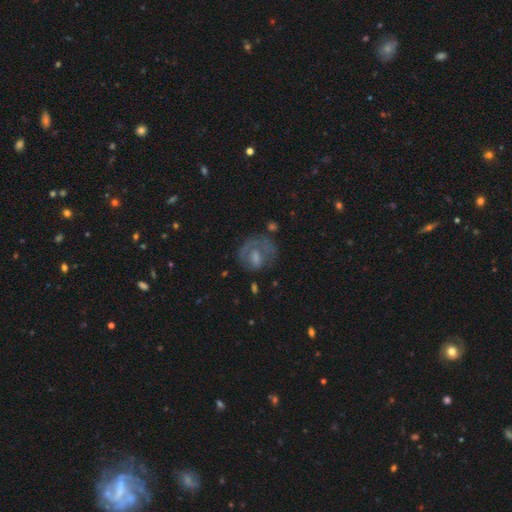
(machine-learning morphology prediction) Q: Smooth or featured?
A: featured or disk (48%); runner-up: smooth (40%)
Q: Merging?
A: none (46%); runner-up: major disturbance (30%)